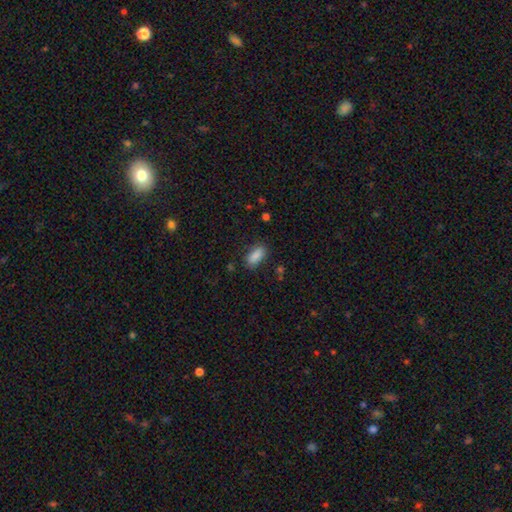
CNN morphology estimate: Smooth or featured? Predicted: smooth (p=0.88). How rounded? Predicted: in between (p=0.88). Merging? Predicted: none (p=0.81).